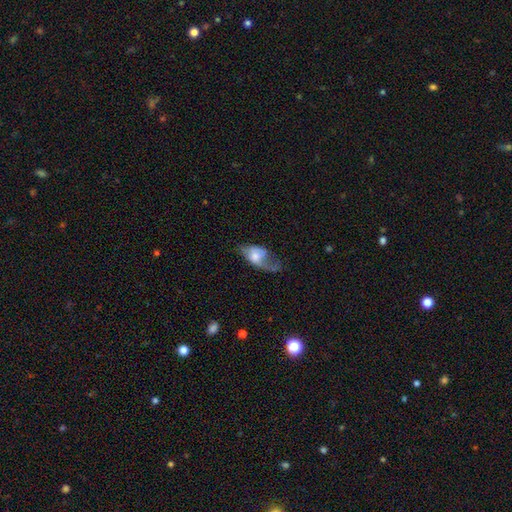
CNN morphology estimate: Overall: featured or disk (49%; smooth 43%). Merging: major disturbance (47%; none 25%).